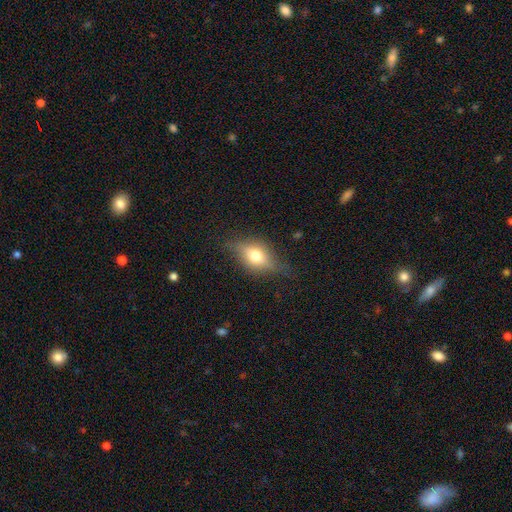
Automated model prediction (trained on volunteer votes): This is possibly a smooth galaxy (52%). How rounded: likely in between (69%). Merging: likely none (71%).